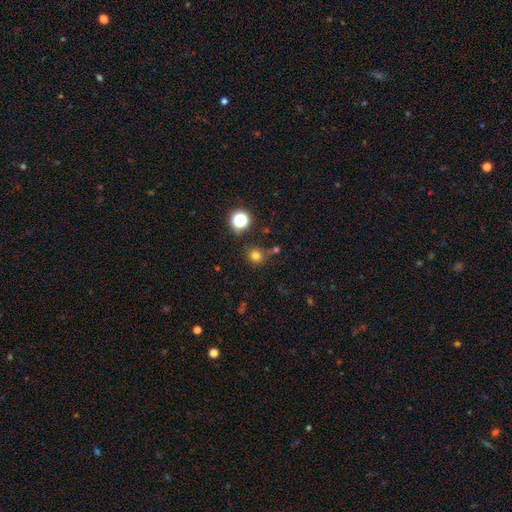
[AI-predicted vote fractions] Smooth or featured: smooth — 75% (star or artifact — 19%)
How rounded: round — 91% (in between — 8%)
Merging: none — 74% (minor disturbance — 12%)